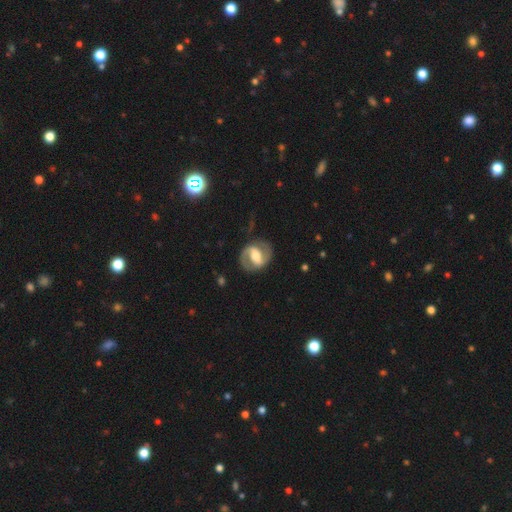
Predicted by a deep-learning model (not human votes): Q: Smooth or featured?
A: featured or disk (85%); runner-up: smooth (11%)
Q: Edge-on disk?
A: no (97%); runner-up: yes (3%)
Q: Bar?
A: strong (49%); runner-up: weak (37%)
Q: Spiral arms?
A: yes (92%); runner-up: no (8%)
Q: Spiral winding?
A: medium (53%); runner-up: tight (28%)
Q: Spiral arm count?
A: 2 (92%); runner-up: can't tell (3%)
Q: Bulge size?
A: moderate (59%); runner-up: large (19%)
Q: Merging?
A: none (82%); runner-up: minor disturbance (11%)